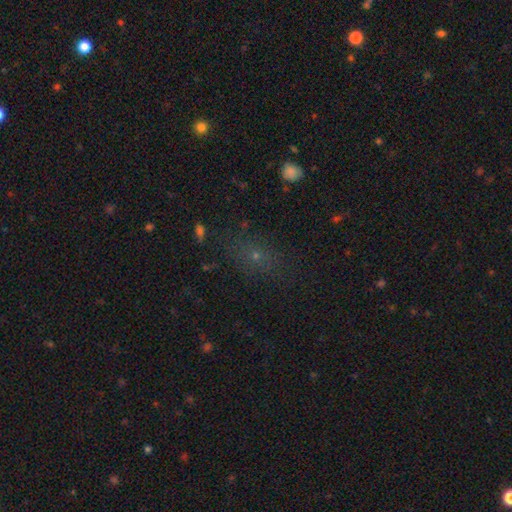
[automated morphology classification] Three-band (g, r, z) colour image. It shows a smooth galaxy with no disk features (50%). Merging: none (75%).